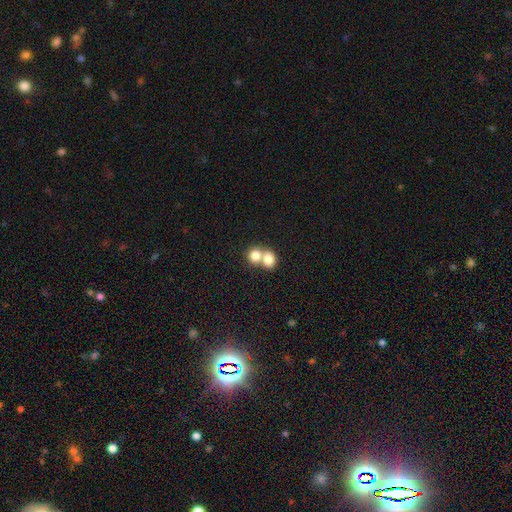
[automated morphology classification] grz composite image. It shows a smooth galaxy with no disk features (79%) that is round (69%). Merging: merger (68%).